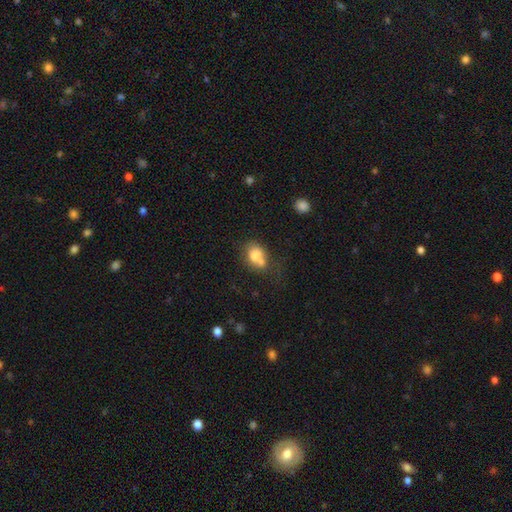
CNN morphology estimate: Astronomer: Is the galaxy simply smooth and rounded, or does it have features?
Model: smooth — 75%.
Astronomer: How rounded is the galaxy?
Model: round — 52% (runner-up: in between, 47%).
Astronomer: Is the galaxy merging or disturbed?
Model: merger — 41% (runner-up: none, 36%).